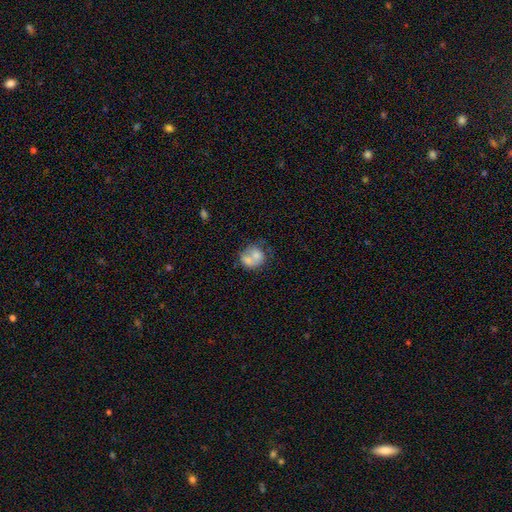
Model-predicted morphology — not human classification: Q: Smooth or featured?
A: smooth (62%); runner-up: featured or disk (30%)
Q: How rounded?
A: round (63%); runner-up: in between (36%)
Q: Merging?
A: merger (56%); runner-up: none (24%)